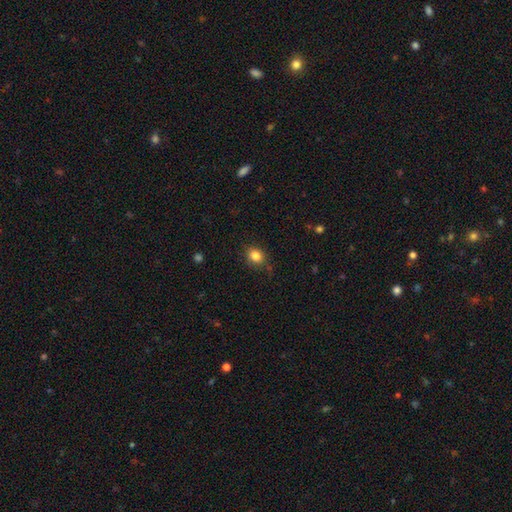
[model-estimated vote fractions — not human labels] A smooth galaxy with no disk features (83%) that is round (62%).

Vote fractions:
- Smooth or featured? smooth: 83% / star or artifact: 11% / featured or disk: 6%
- How rounded? round: 62% / in between: 37% / cigar-shaped: 1%
- Merging? none: 85% / minor disturbance: 11% / major disturbance: 3% / merger: 1%